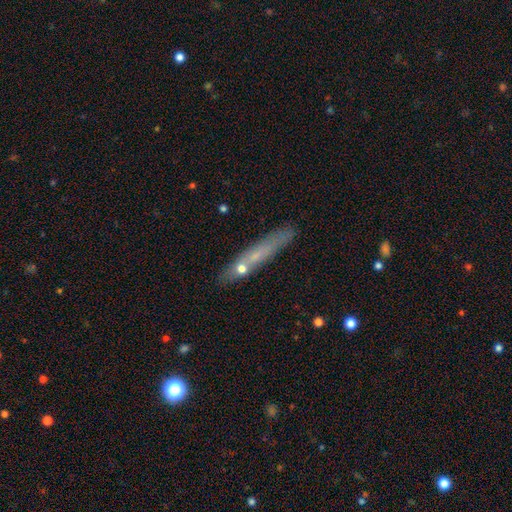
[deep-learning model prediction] smooth-or-featured: smooth: 53% | featured or disk: 37% | star or artifact: 10%
  how-rounded: cigar-shaped: 92% | in between: 6% | round: 2%
  merging: none: 76% | minor disturbance: 14% | merger: 7% | major disturbance: 4%